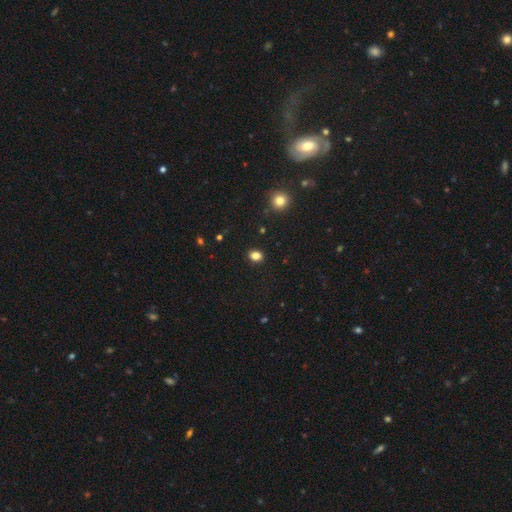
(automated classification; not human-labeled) Smooth or featured? Predicted: smooth (p=0.82). How rounded? Predicted: round (p=0.51). Merging? Predicted: none (p=0.90).